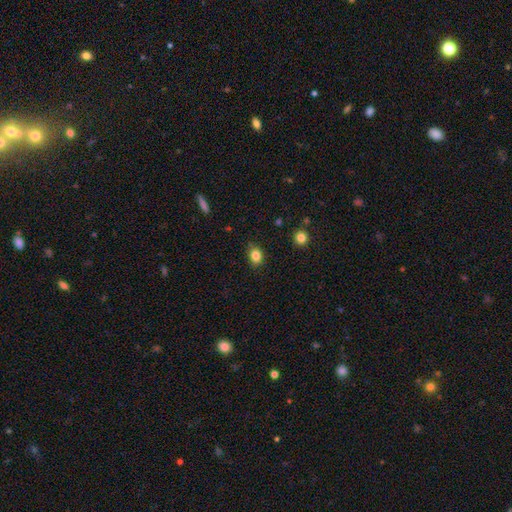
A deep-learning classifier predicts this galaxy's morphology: A smooth galaxy with no disk features (84%) that is in between round and cigar-shaped (55%). Merging: none (83%).